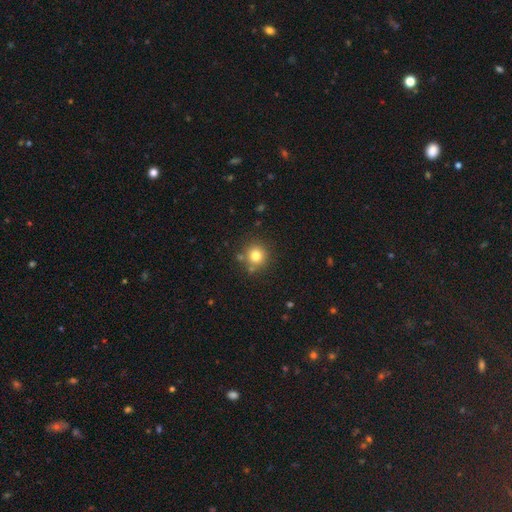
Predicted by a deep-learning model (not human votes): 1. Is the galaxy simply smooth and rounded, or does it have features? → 79% smooth, 13% star or artifact, 8% featured or disk.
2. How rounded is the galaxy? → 92% round, 7% in between, 1% cigar-shaped.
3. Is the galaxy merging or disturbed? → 81% none, 10% minor disturbance, 7% merger, 3% major disturbance.